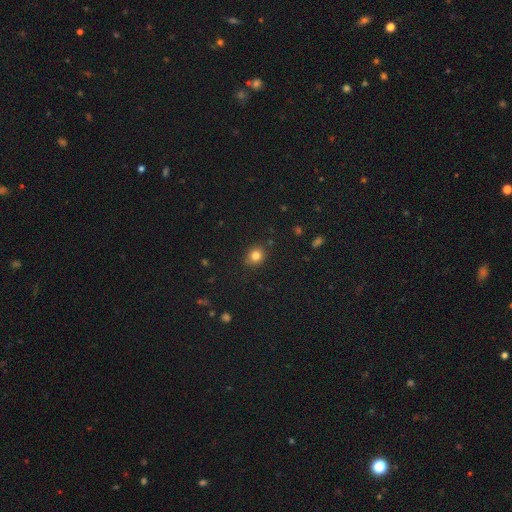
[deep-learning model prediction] This appears to be a smooth galaxy with no disk features (81%) that is round (76%). Merging: none (86%).